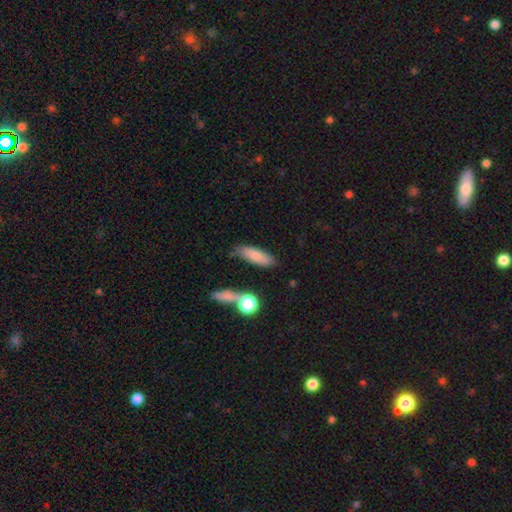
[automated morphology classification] Smooth or featured? smooth (80%)
How rounded? in between (56%)
Merging? none (72%)